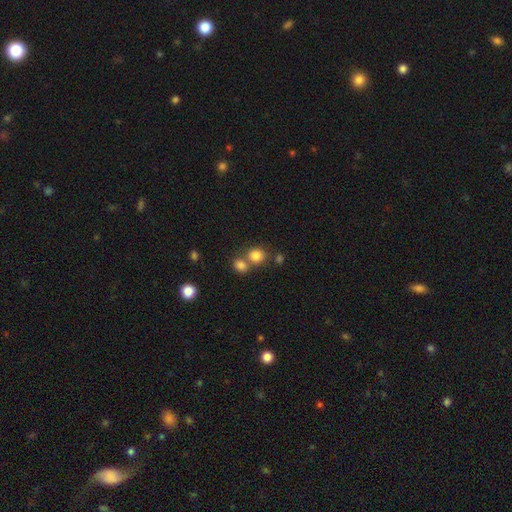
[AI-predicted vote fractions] Smooth or featured? Predicted: smooth (p=0.82). How rounded? Predicted: round (p=0.78). Merging? Predicted: none (p=0.52).